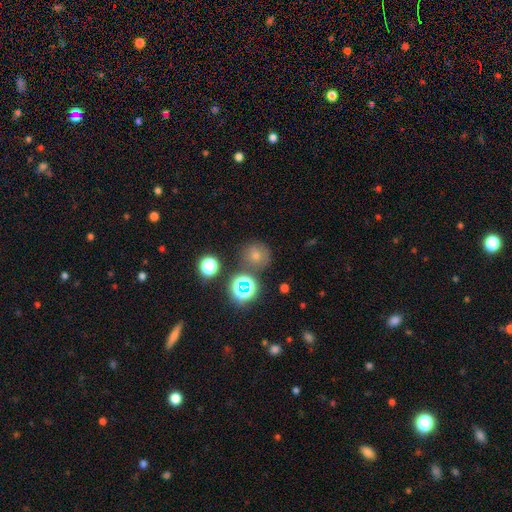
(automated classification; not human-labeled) A smooth galaxy with no disk features (65%) that is round (91%). Merging: none (73%).